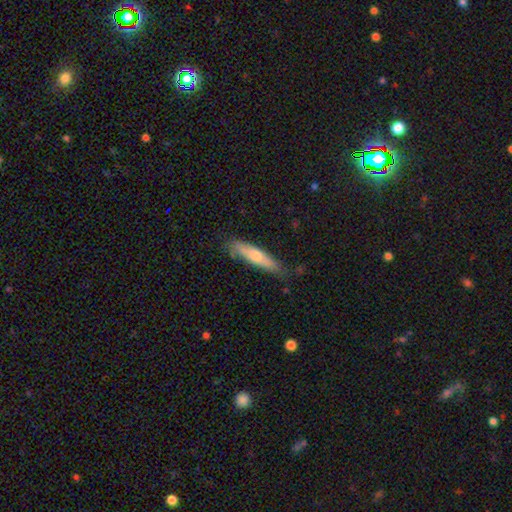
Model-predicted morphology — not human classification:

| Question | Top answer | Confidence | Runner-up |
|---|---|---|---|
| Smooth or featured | smooth | 69% | featured or disk (25%) |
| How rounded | cigar-shaped | 84% | in between (15%) |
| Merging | none | 75% | minor disturbance (20%) |